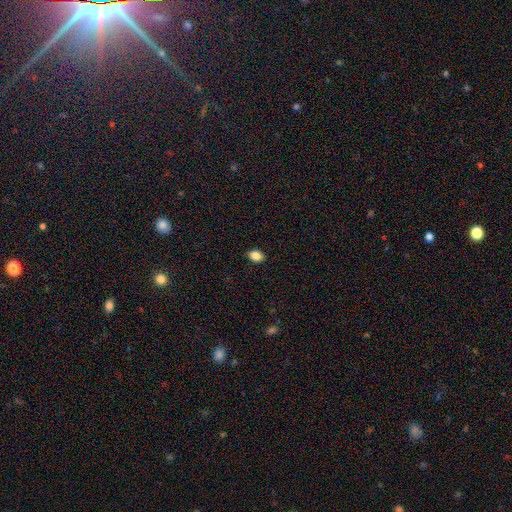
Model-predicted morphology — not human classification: Smooth or featured?
  - smooth: 86% *
  - star or artifact: 9%
  - featured or disk: 5%
How rounded?
  - in between: 71% *
  - round: 27%
  - cigar-shaped: 1%
Merging?
  - none: 88% *
  - minor disturbance: 9%
  - major disturbance: 2%
  - merger: 1%